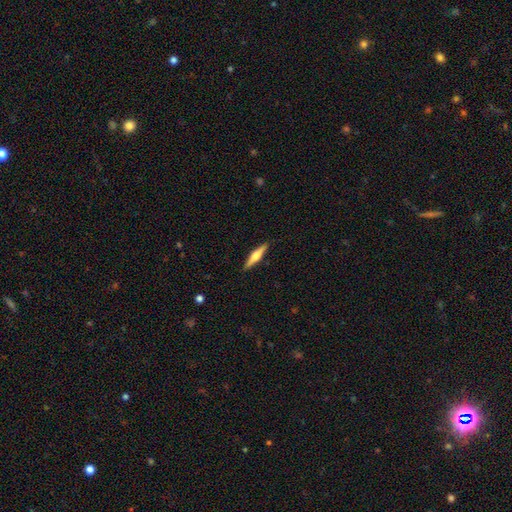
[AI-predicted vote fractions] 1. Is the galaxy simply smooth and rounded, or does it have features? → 61% featured or disk, 34% smooth, 5% star or artifact.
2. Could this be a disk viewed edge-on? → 97% yes, 3% no.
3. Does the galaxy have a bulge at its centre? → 89% rounded, 8% boxy, 4% none.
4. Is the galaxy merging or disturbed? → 90% none, 7% minor disturbance, 2% major disturbance, 1% merger.